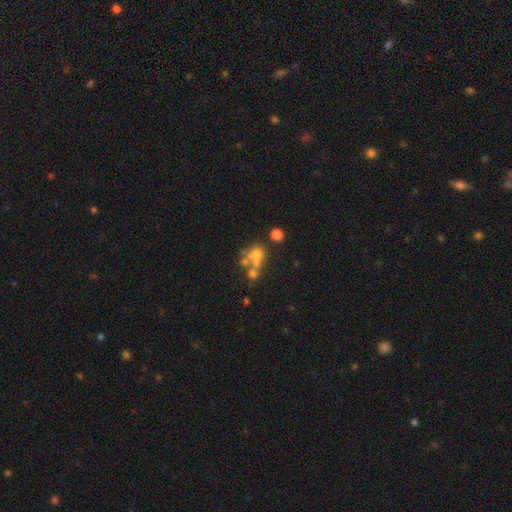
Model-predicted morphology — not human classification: A smooth galaxy with no disk features (48%). Merging: merger (45%).